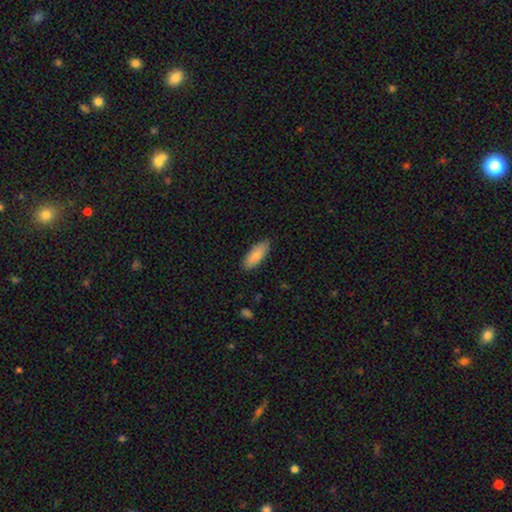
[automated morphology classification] type=smooth (87%); roundness=in between (73%); merging=none (84%).